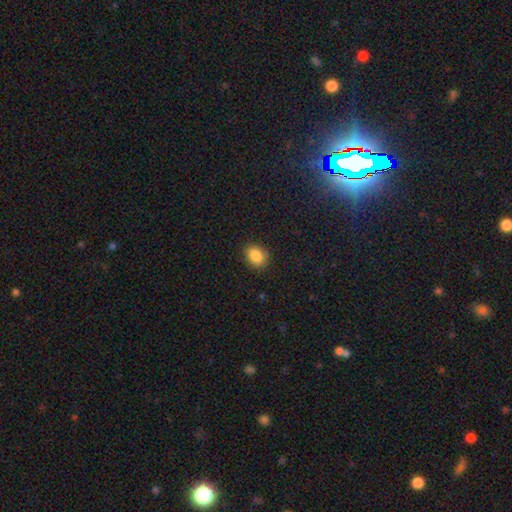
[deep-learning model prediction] Smooth or featured? Predicted: smooth (p=0.86). How rounded? Predicted: in between (p=0.63). Merging? Predicted: none (p=0.87).